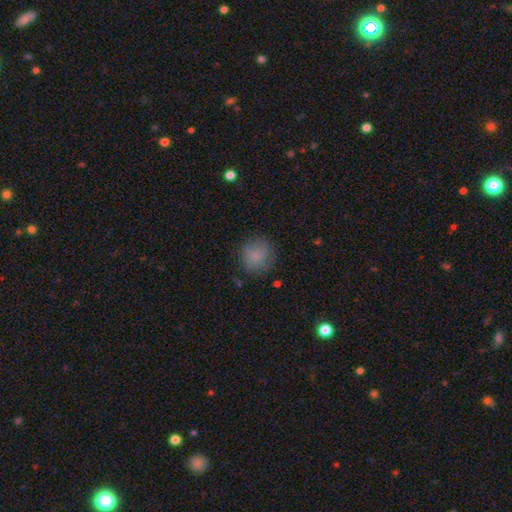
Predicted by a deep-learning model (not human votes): smooth 83%, star or artifact 9%, featured or disk 8%. Down the decision tree: how rounded — round (90%); merging — none (79%).